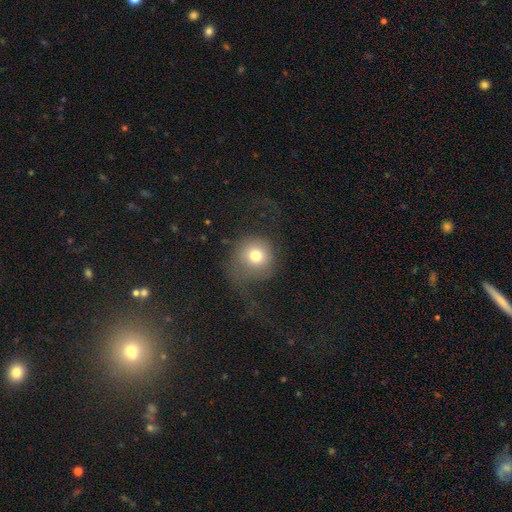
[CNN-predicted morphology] Overall: smooth (71%). How rounded: round (89%). Merging: none (43%; major disturbance 39%).